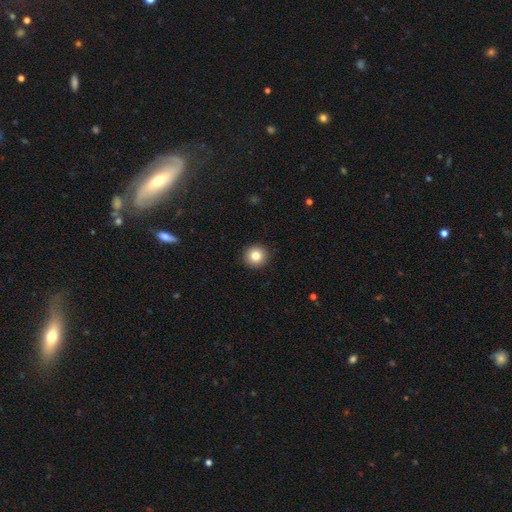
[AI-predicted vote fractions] The model was most divided on "smooth or featured": smooth: 83%, star or artifact: 10%, featured or disk: 7%. More confident: how rounded — round (94%); merging — none (92%).